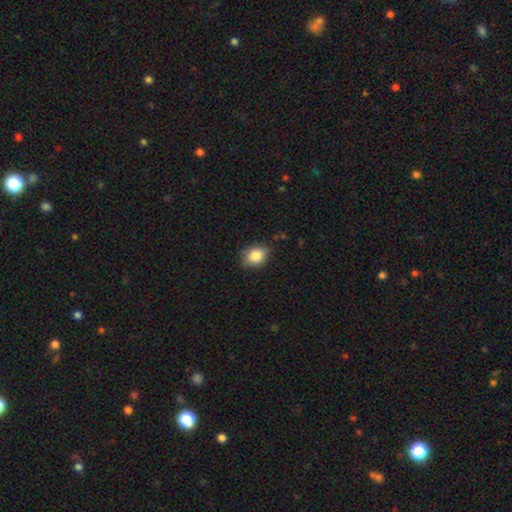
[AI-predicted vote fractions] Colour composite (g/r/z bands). It shows a smooth galaxy with no disk features (84%) that is in between round and cigar-shaped (56%). Merging: none (77%).